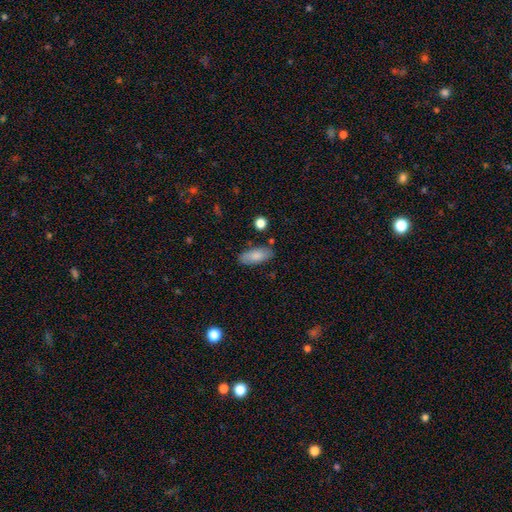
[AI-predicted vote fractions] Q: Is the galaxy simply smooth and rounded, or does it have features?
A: smooth — 82%.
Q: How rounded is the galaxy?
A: in between — 83%.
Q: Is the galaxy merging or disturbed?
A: none — 81%.